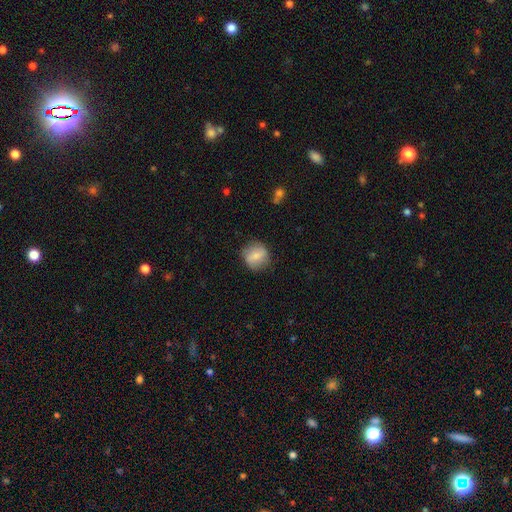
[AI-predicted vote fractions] Smooth or featured? Predicted: smooth (p=0.67). How rounded? Predicted: round (p=0.82). Merging? Predicted: none (p=0.79).